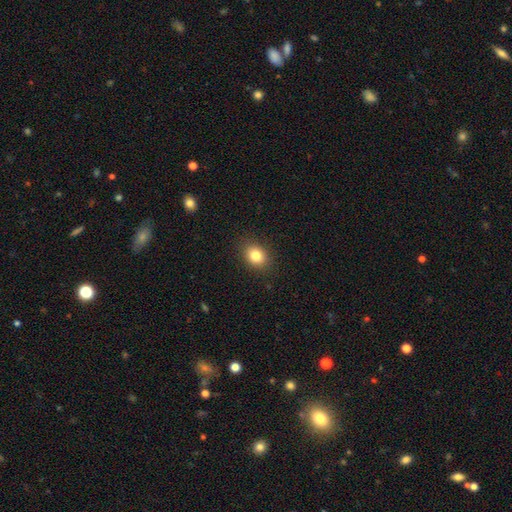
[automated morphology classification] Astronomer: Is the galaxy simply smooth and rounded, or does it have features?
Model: smooth — 82%.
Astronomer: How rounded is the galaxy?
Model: round — 50% (runner-up: in between, 49%).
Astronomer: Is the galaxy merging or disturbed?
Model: none — 89%.